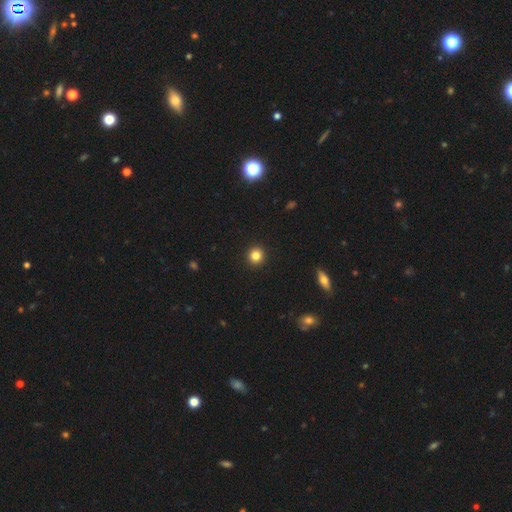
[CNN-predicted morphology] Q: Smooth or featured?
A: smooth (83%); runner-up: star or artifact (12%)
Q: How rounded?
A: round (93%); runner-up: in between (6%)
Q: Merging?
A: none (93%); runner-up: minor disturbance (4%)